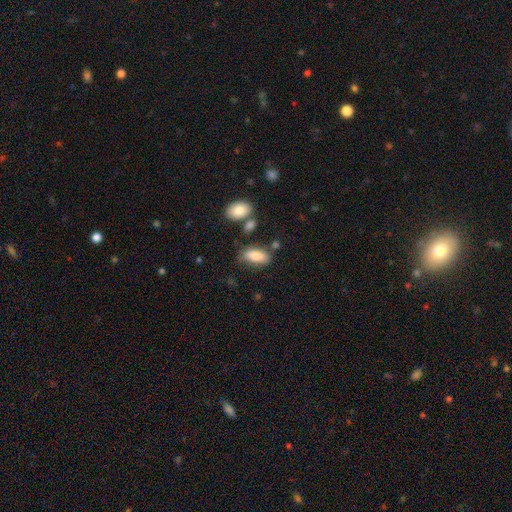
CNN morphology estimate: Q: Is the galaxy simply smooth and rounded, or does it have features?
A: smooth — 85%.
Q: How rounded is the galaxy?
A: in between — 87%.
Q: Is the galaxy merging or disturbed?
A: none — 65%.